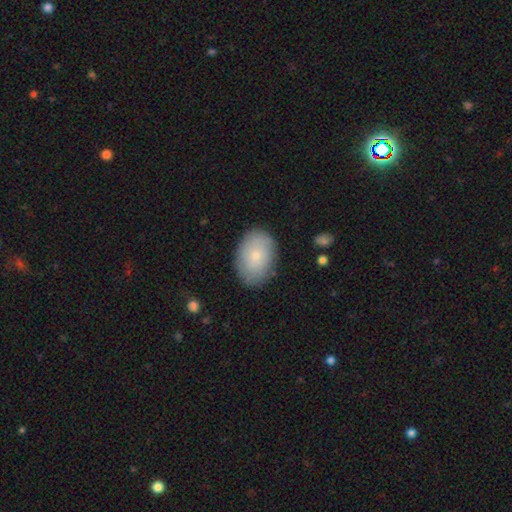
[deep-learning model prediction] A smooth galaxy with no disk features (76%) that is in between round and cigar-shaped (84%). Merging: none (83%).